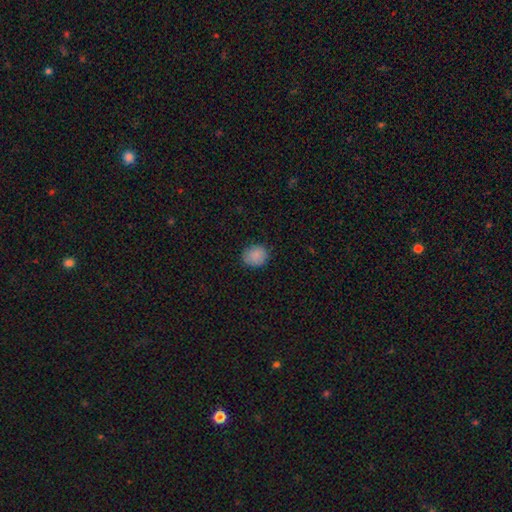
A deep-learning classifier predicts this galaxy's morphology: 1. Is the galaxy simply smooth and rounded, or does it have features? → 87% smooth, 9% star or artifact, 4% featured or disk.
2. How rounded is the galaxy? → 70% round, 29% in between, 1% cigar-shaped.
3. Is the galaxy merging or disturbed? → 84% none, 12% minor disturbance, 3% major disturbance, 1% merger.